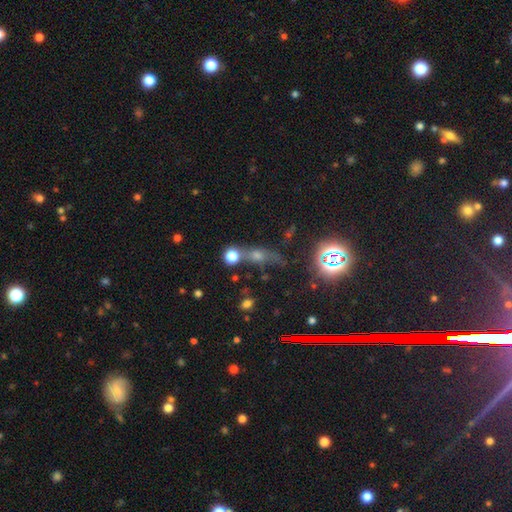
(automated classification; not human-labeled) A star or artifact, not a galaxy (41%, tied with smooth).